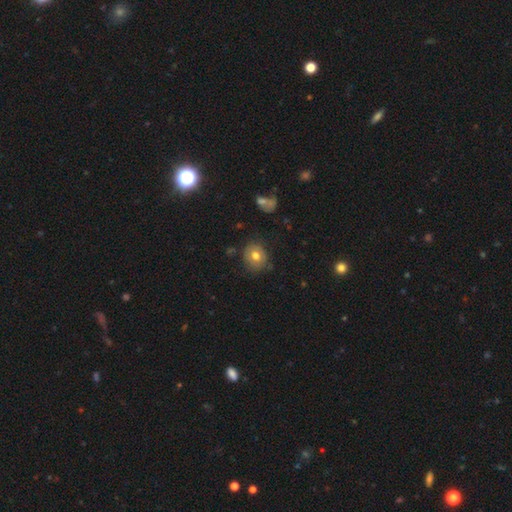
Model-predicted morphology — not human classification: A smooth galaxy with no disk features (73%) that is round (74%). Merging: none (78%).